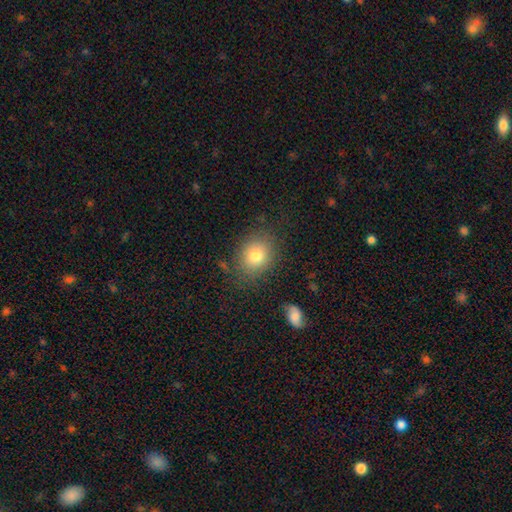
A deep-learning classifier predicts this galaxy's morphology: smooth 78%, star or artifact 11%, featured or disk 10%. Down the decision tree: how rounded — round (62%); merging — none (81%).